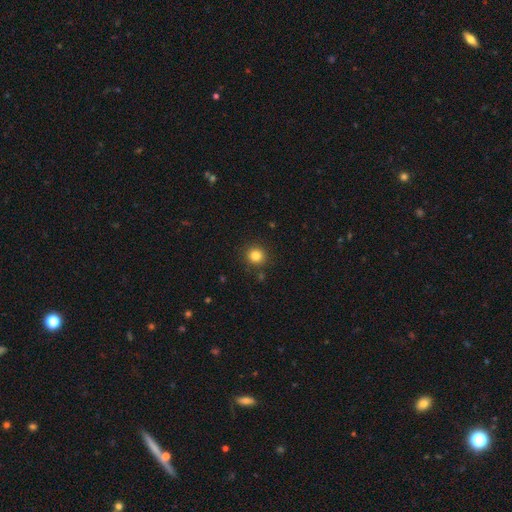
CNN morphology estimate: A smooth galaxy with no disk features (83%) that is round (91%).

Vote fractions:
- Smooth or featured? smooth: 83% / star or artifact: 12% / featured or disk: 5%
- How rounded? round: 91% / in between: 8% / cigar-shaped: 1%
- Merging? none: 89% / minor disturbance: 7% / major disturbance: 2% / merger: 2%